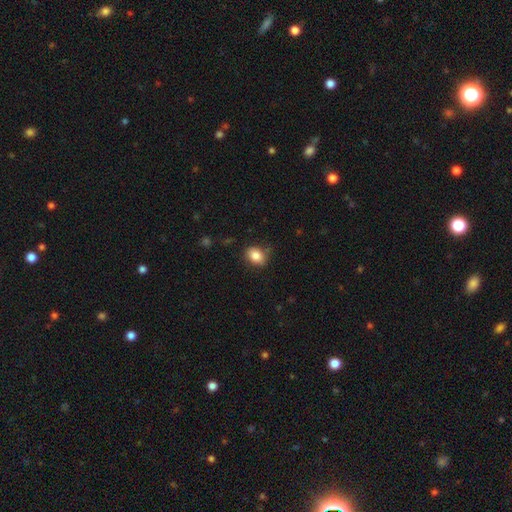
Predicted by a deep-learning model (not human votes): This appears to be a smooth galaxy with no disk features (84%) that is in between round and cigar-shaped (60%). Merging: none (78%).